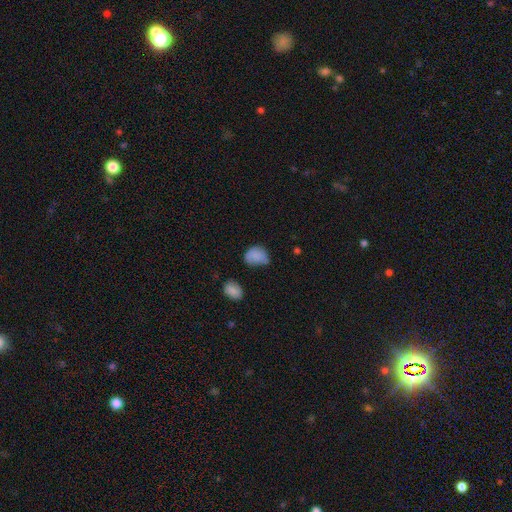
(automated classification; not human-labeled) This appears to be a smooth galaxy with no disk features (80%) that is in between round and cigar-shaped (55%). Merging: minor disturbance (41%).